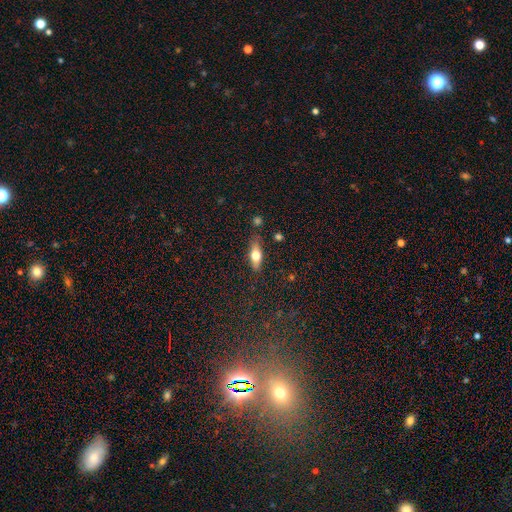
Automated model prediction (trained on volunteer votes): This is possibly a smooth galaxy (59%). How rounded: likely in between (60%). Merging: likely none (78%).